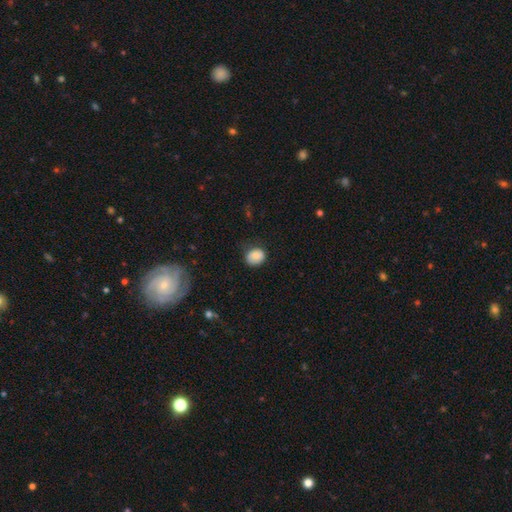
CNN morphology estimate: This is clearly a smooth galaxy (84%). How rounded: possibly round (58%). Merging: likely none (68%).